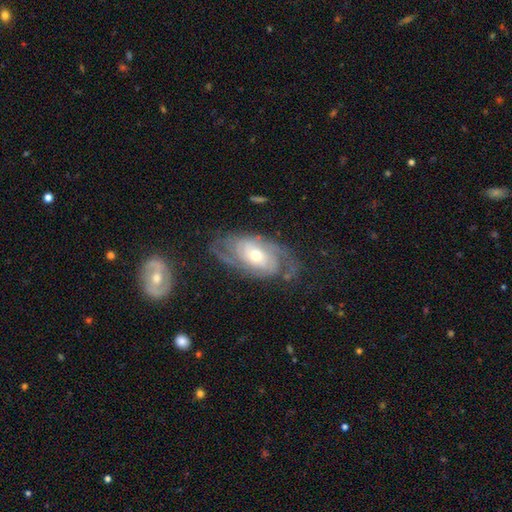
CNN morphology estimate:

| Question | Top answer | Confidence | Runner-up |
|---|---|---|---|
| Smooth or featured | featured or disk | 85% | smooth (9%) |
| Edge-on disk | no | 95% | yes (5%) |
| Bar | no | 66% | weak (26%) |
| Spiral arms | yes | 95% | no (5%) |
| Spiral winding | tight | 64% | medium (28%) |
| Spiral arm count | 2 | 36% | can't tell (30%) |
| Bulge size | moderate | 59% | small (35%) |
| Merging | none | 69% | minor disturbance (18%) |